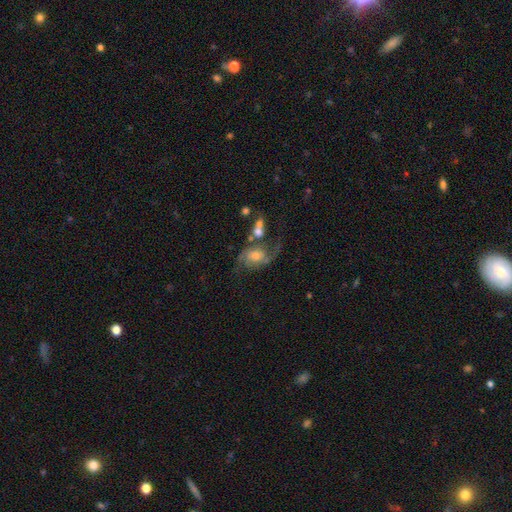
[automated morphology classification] smooth_or_featured: featured or disk (p=0.77) [alt: smooth p=0.15]
disk_edge_on: no (p=0.97) [alt: yes p=0.03]
bar: no (p=0.61) [alt: weak p=0.32]
has_spiral_arms: yes (p=0.93) [alt: no p=0.07]
spiral_winding: loose (p=0.50) [alt: medium p=0.39]
spiral_arm_count: 2 (p=0.86) [alt: can't tell p=0.05]
bulge_size: moderate (p=0.48) [alt: small p=0.39]
merging: none (p=0.42) [alt: major disturbance p=0.21]